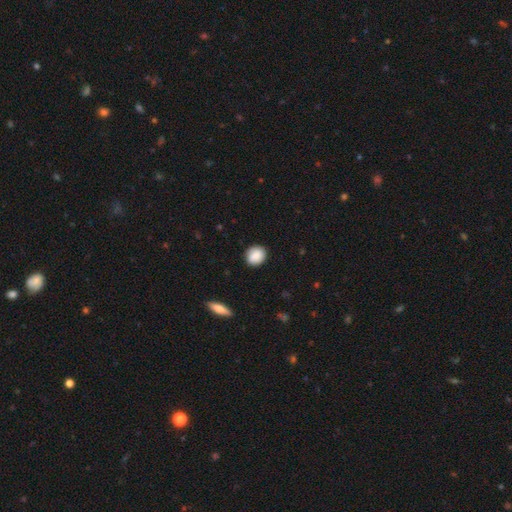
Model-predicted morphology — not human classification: smooth-or-featured: smooth: 87% | star or artifact: 7% | featured or disk: 6%
  how-rounded: round: 77% | in between: 22% | cigar-shaped: 1%
  merging: none: 86% | minor disturbance: 11% | major disturbance: 2% | merger: 1%